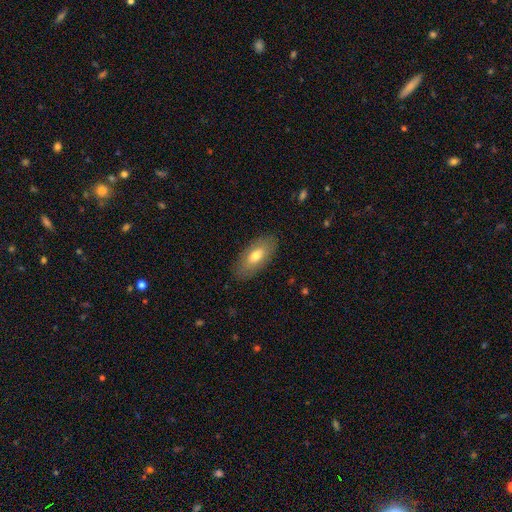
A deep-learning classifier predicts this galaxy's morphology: smooth-or-featured: smooth: 70% | featured or disk: 23% | star or artifact: 6%
  how-rounded: in between: 88% | cigar-shaped: 9% | round: 3%
  merging: none: 86% | minor disturbance: 10% | major disturbance: 3% | merger: 1%